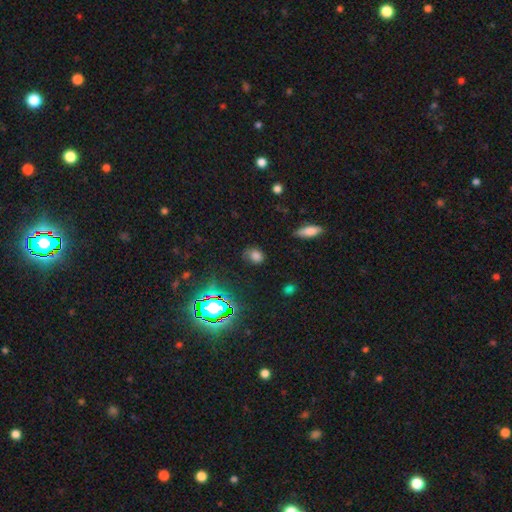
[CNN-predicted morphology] Smooth or featured? Predicted: smooth (p=0.71). How rounded? Predicted: in between (p=0.64). Merging? Predicted: none (p=0.70).